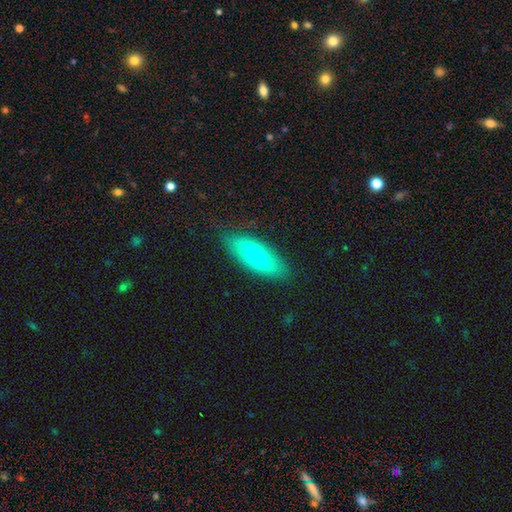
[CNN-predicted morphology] This appears to be a smooth galaxy with no disk features (63%) that is in between round and cigar-shaped (66%). Merging: none (84%).